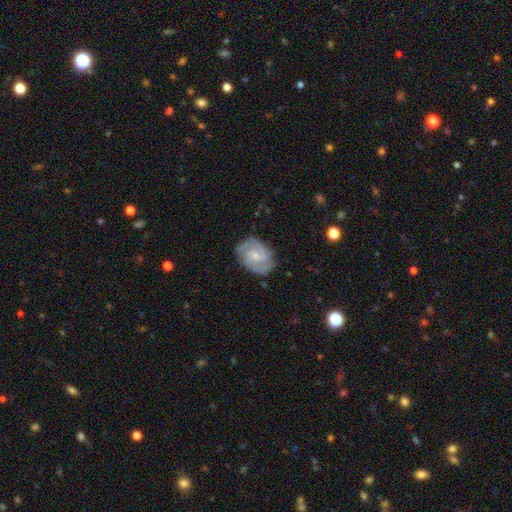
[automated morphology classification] The model was most divided on "spiral winding" (2-way tie): tight: 45%, medium: 45%, loose: 10%. Remaining: edge-on disk — no (98%); spiral arms — yes (96%); smooth or featured — featured or disk (83%); merging — none (76%); bulge size — small (58%); spiral arm count — 2 (50%); bar — no (48%).